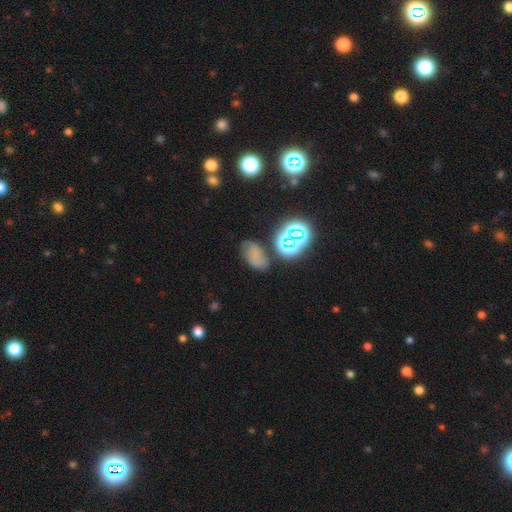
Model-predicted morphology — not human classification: smooth 51%, star or artifact 28%, featured or disk 21%. Down the decision tree: how rounded — in between (85%); merging — none (62%).